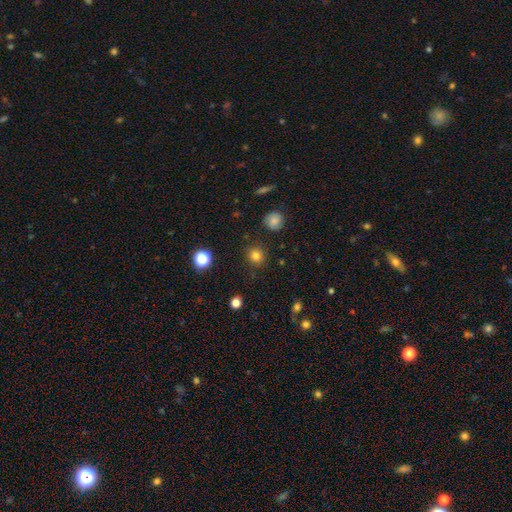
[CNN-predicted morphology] Smooth or featured: smooth — 80% (star or artifact — 14%)
How rounded: round — 91% (in between — 8%)
Merging: none — 88% (minor disturbance — 8%)